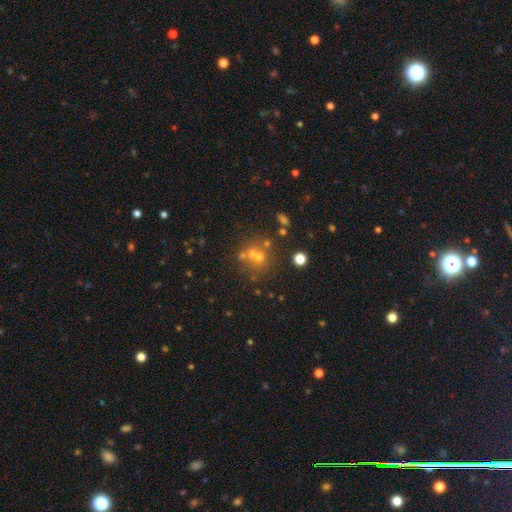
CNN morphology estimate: A smooth galaxy with no disk features (48%). Merging: none (50%).